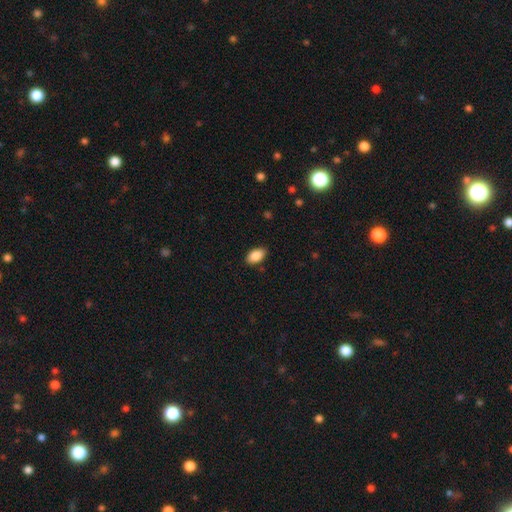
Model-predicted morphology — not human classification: Smooth or featured: smooth — 89% (star or artifact — 7%)
How rounded: in between — 93% (round — 5%)
Merging: none — 86% (minor disturbance — 11%)